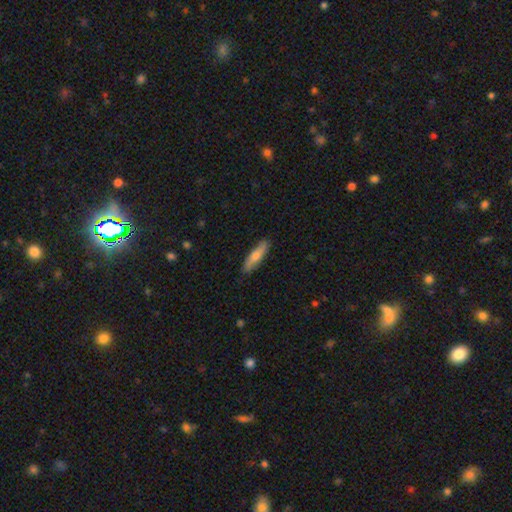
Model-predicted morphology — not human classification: A smooth galaxy with no disk features (70%) that is cigar-shaped (77%).

Vote fractions:
- Smooth or featured? smooth: 70% / featured or disk: 24% / star or artifact: 5%
- How rounded? cigar-shaped: 77% / in between: 21% / round: 2%
- Merging? none: 87% / minor disturbance: 10% / major disturbance: 2% / merger: 1%